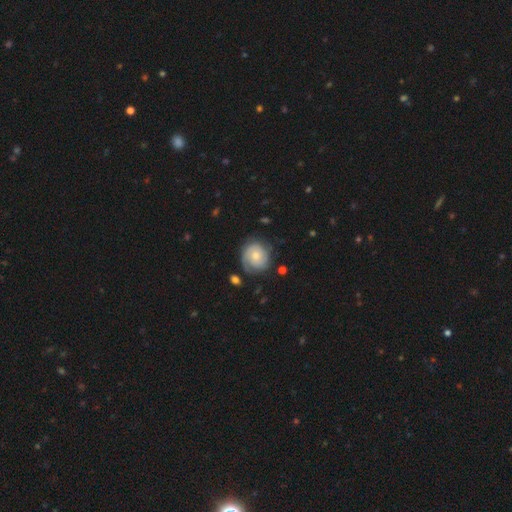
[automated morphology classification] Smooth or featured?
  - featured or disk: 54% *
  - smooth: 39%
  - star or artifact: 7%
Edge-on disk?
  - no: 97% *
  - yes: 3%
Bar?
  - no: 79% *
  - weak: 18%
  - strong: 3%
Spiral arms?
  - yes: 86% *
  - no: 14%
Bulge size?
  - moderate: 51% *
  - small: 40%
  - large: 5%
  - none: 3%
  - dominant: 1%
Merging?
  - none: 70% *
  - minor disturbance: 20%
  - major disturbance: 8%
  - merger: 2%